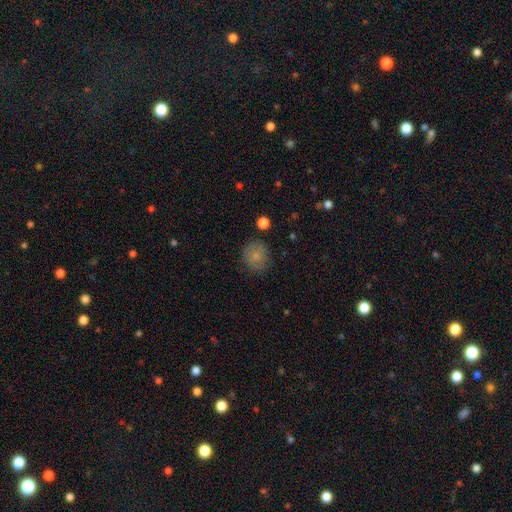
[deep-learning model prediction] smooth_or_featured: smooth (p=0.79) [alt: featured or disk p=0.12]
how_rounded: round (p=0.84) [alt: in between p=0.15]
merging: none (p=0.80) [alt: minor disturbance p=0.15]